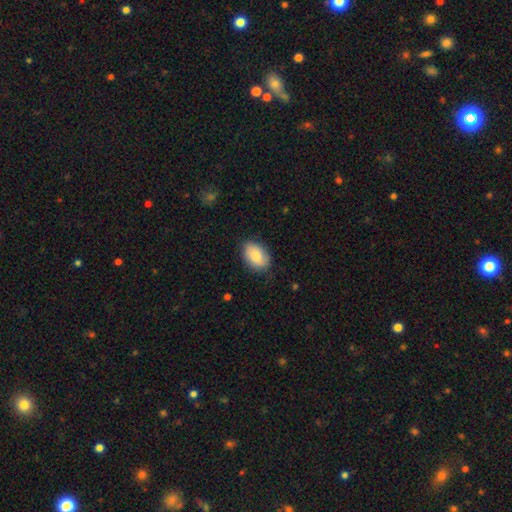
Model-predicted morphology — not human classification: smooth-or-featured: smooth: 84% | featured or disk: 10% | star or artifact: 6%
  how-rounded: in between: 90% | round: 9% | cigar-shaped: 1%
  merging: none: 79% | minor disturbance: 17% | major disturbance: 3% | merger: 1%